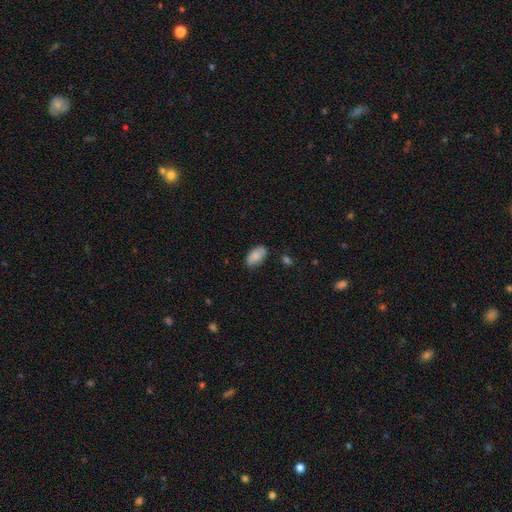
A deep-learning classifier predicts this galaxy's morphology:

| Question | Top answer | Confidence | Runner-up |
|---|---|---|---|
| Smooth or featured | smooth | 84% | featured or disk (10%) |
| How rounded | in between | 94% | round (4%) |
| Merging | none | 78% | minor disturbance (17%) |